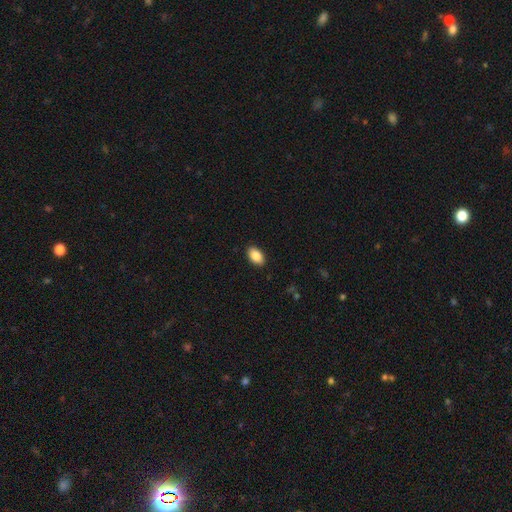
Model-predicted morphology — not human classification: Smooth or featured: smooth — 88% (star or artifact — 7%)
How rounded: in between — 93% (round — 6%)
Merging: none — 90% (minor disturbance — 8%)